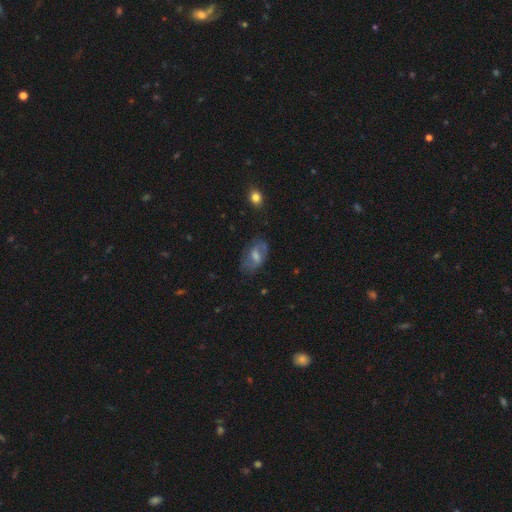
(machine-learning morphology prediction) type=featured or disk (54%); edge-on=no (93%); bar=weak (49%); spiral arms=yes (68%); bulge=moderate (50%); merging=none (72%).